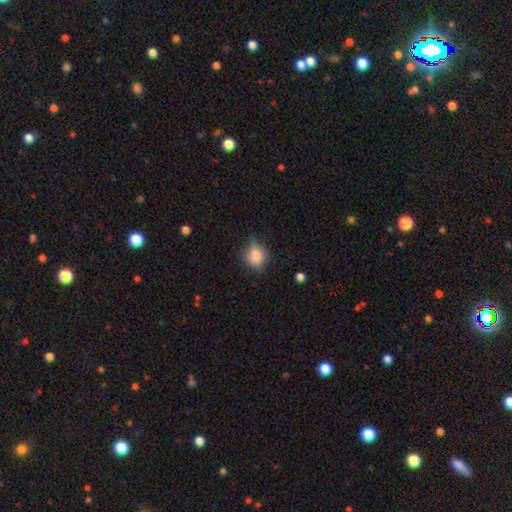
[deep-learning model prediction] Q: Smooth or featured?
A: smooth (74%); runner-up: featured or disk (16%)
Q: How rounded?
A: round (71%); runner-up: in between (27%)
Q: Merging?
A: none (67%); runner-up: minor disturbance (26%)